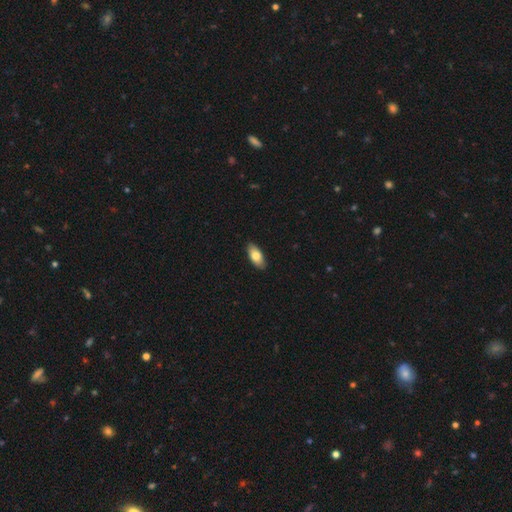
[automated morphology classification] A smooth galaxy with no disk features (77%) that is in between round and cigar-shaped (89%). Merging: none (88%).